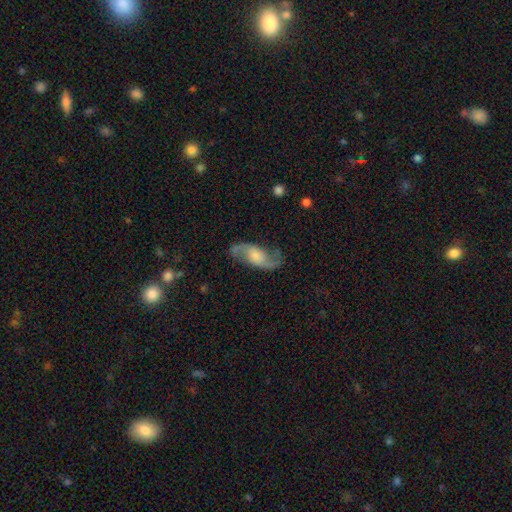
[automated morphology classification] Smooth or featured: featured or disk — 84% (smooth — 10%)
Edge-on disk: no — 95% (yes — 5%)
Bar: no — 52% (weak — 37%)
Spiral arms: yes — 96% (no — 4%)
Spiral winding: loose — 58% (medium — 35%)
Spiral arm count: 2 — 93% (can't tell — 2%)
Bulge size: moderate — 32% (small — 23%)
Merging: none — 78% (minor disturbance — 14%)